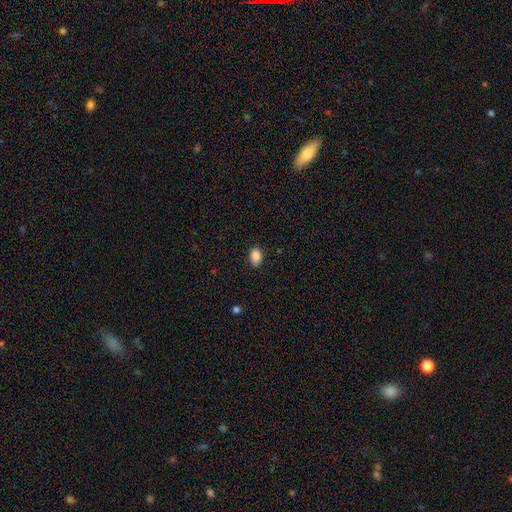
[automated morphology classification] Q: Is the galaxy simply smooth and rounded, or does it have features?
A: smooth — 87%.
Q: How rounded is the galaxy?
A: in between — 84%.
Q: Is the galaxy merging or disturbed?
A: none — 86%.